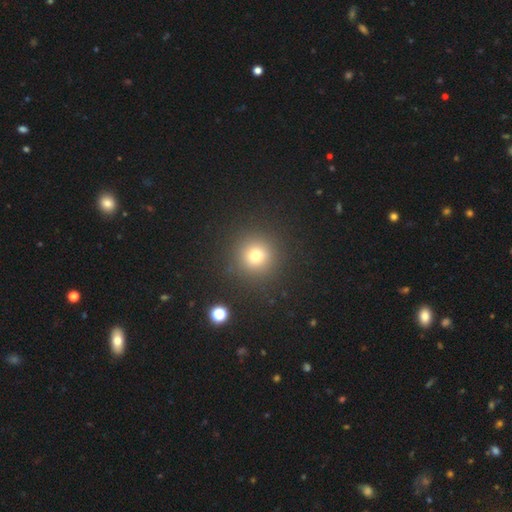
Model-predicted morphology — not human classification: A smooth galaxy with no disk features (73%) that is round (94%). Merging: none (90%).